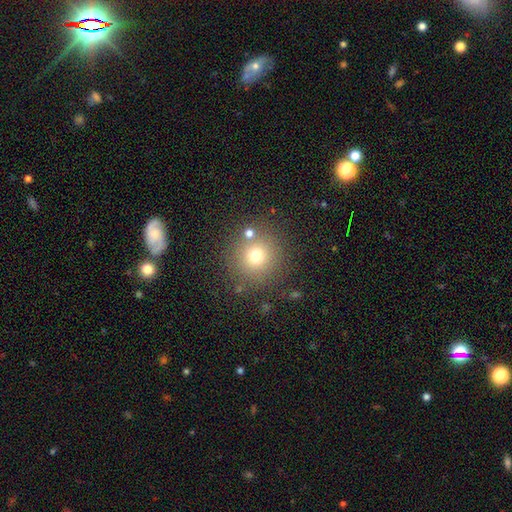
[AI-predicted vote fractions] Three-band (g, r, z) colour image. It shows a smooth galaxy with no disk features (71%) that is round (94%). Merging: none (81%).